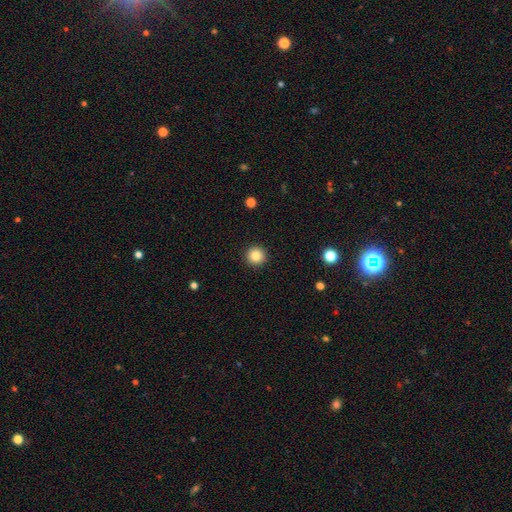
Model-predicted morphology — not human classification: A smooth galaxy with no disk features (84%) that is round (96%).

Vote fractions:
- Smooth or featured? smooth: 84% / star or artifact: 10% / featured or disk: 5%
- How rounded? round: 96% / in between: 3% / cigar-shaped: 1%
- Merging? none: 93% / minor disturbance: 4% / major disturbance: 2% / merger: 1%